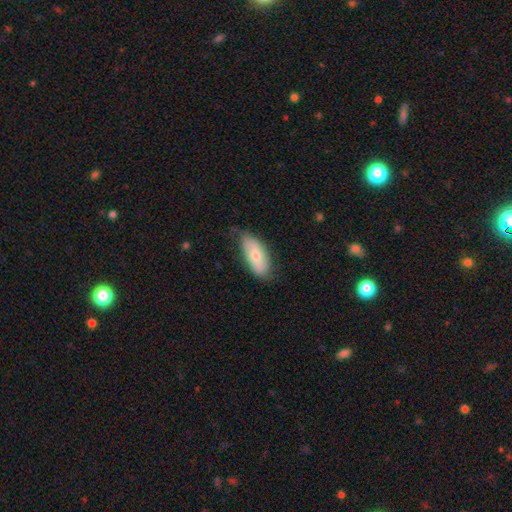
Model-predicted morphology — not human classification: Smooth or featured? Predicted: smooth (p=0.71). How rounded? Predicted: in between (p=0.87). Merging? Predicted: none (p=0.70).